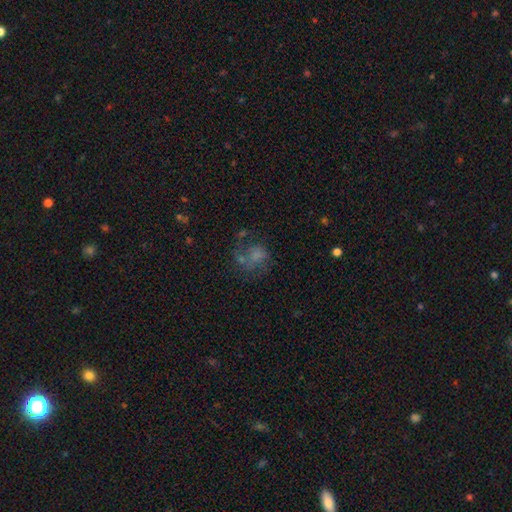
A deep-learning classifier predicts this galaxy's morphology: Overall: smooth (49%; featured or disk 34%). Merging: none (37%; major disturbance 33%).